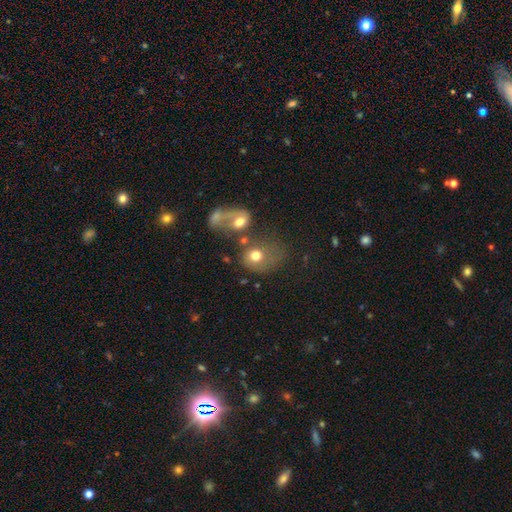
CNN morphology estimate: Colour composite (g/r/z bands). It shows a smooth galaxy with no disk features (67%) that is round (54%). Merging: merger (42%).